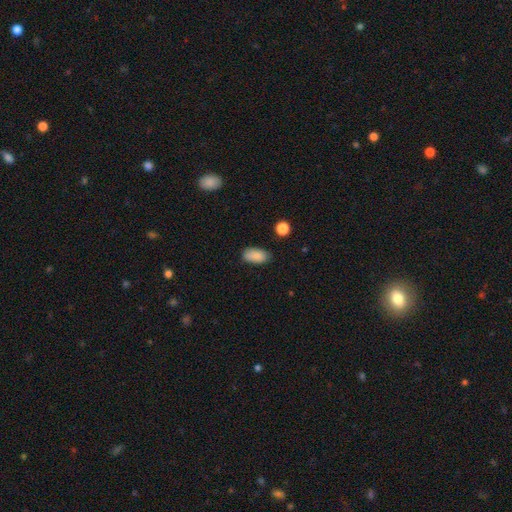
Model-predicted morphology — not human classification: smooth_or_featured: smooth (p=0.88) [alt: star or artifact p=0.08]
how_rounded: in between (p=0.93) [alt: round p=0.04]
merging: none (p=0.78) [alt: minor disturbance p=0.16]